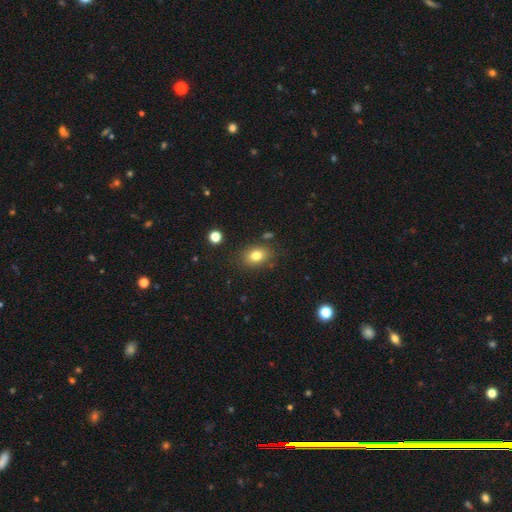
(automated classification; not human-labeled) A smooth galaxy with no disk features (81%) that is in between round and cigar-shaped (69%).

Vote fractions:
- Smooth or featured? smooth: 81% / star or artifact: 11% / featured or disk: 9%
- How rounded? in between: 69% / round: 30% / cigar-shaped: 1%
- Merging? none: 80% / minor disturbance: 12% / major disturbance: 4% / merger: 3%